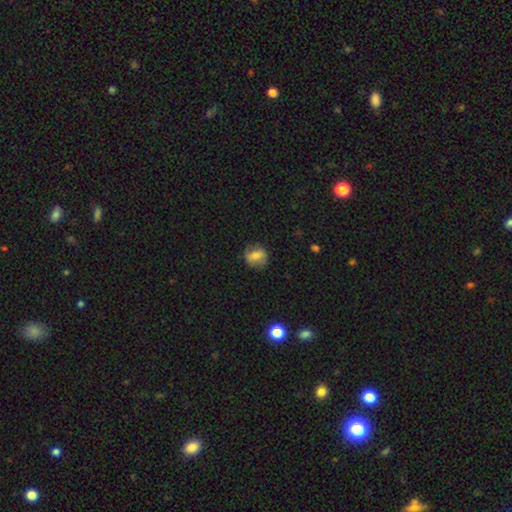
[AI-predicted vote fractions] The model was most divided on "how rounded": round: 64%, in between: 34%, cigar-shaped: 2%. More confident: merging — none (77%); smooth or featured — smooth (64%).